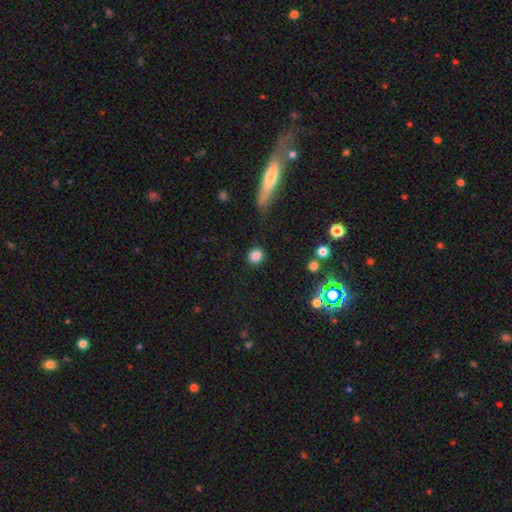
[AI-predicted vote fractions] Smooth or featured? Predicted: smooth (p=0.84). How rounded? Predicted: round (p=0.87). Merging? Predicted: none (p=0.89).